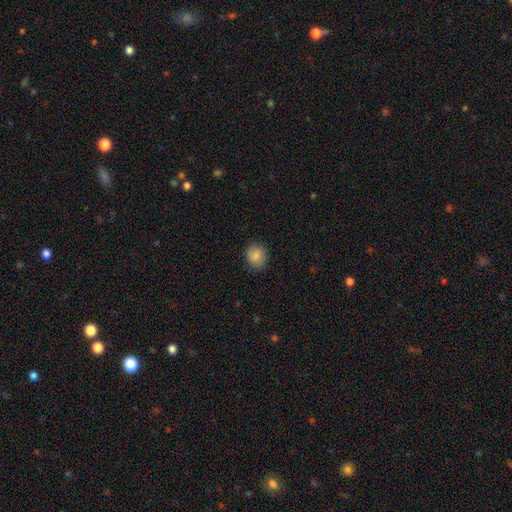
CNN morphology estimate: smooth-or-featured: smooth: 87% | star or artifact: 8% | featured or disk: 5%
  how-rounded: round: 72% | in between: 27% | cigar-shaped: 1%
  merging: none: 87% | minor disturbance: 10% | major disturbance: 3% | merger: 1%